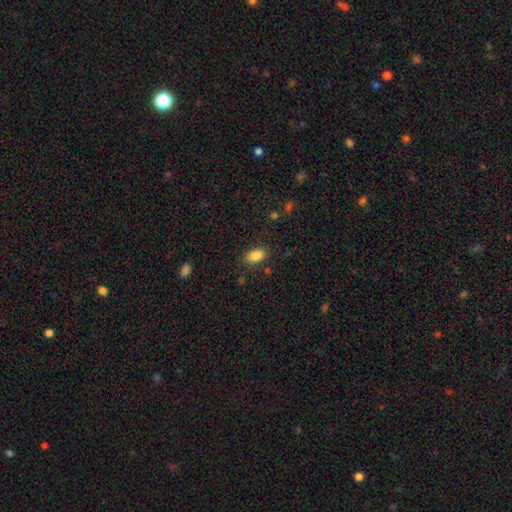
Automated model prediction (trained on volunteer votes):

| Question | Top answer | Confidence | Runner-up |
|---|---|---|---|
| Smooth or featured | smooth | 86% | star or artifact (9%) |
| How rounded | in between | 90% | round (7%) |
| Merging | none | 83% | minor disturbance (11%) |